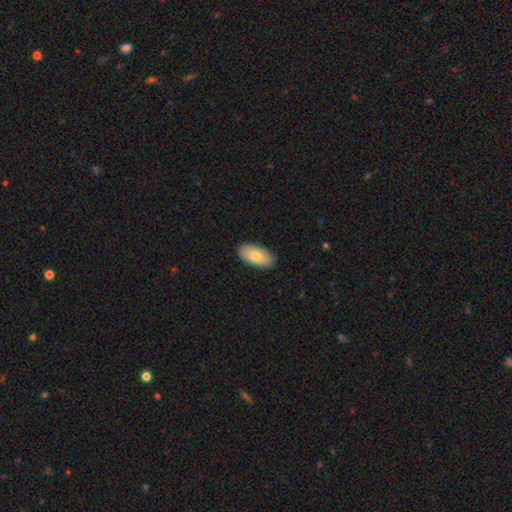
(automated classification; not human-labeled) Smooth or featured?
  - smooth: 77% *
  - featured or disk: 17%
  - star or artifact: 6%
How rounded?
  - in between: 94% *
  - cigar-shaped: 3%
  - round: 3%
Merging?
  - none: 89% *
  - minor disturbance: 8%
  - major disturbance: 2%
  - merger: 1%